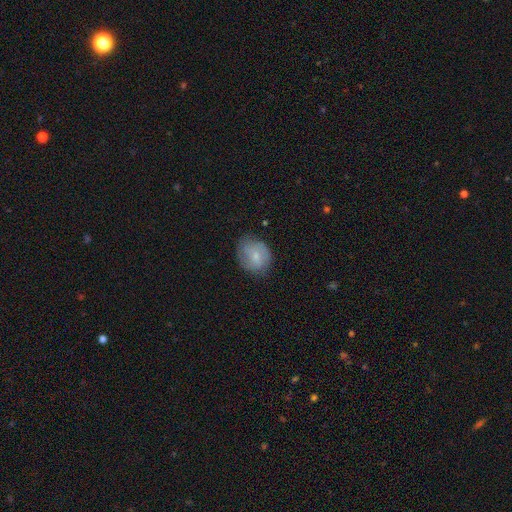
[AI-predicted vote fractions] A smooth galaxy with no disk features (67%) that is round (61%).

Vote fractions:
- Smooth or featured? smooth: 67% / featured or disk: 26% / star or artifact: 7%
- How rounded? round: 61% / in between: 38% / cigar-shaped: 1%
- Merging? none: 67% / minor disturbance: 25% / major disturbance: 8% / merger: 1%